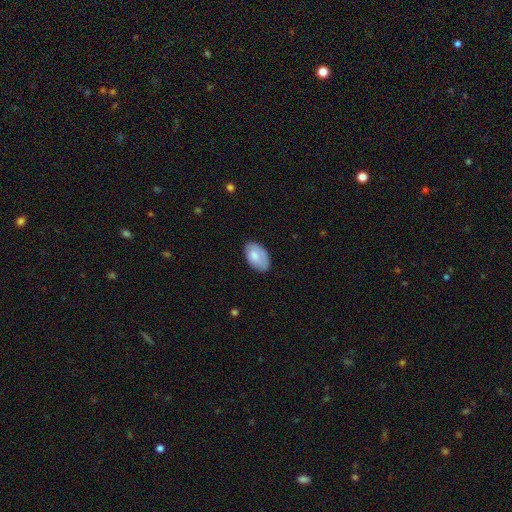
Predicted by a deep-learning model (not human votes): A smooth galaxy with no disk features (78%) that is in between round and cigar-shaped (93%).

Vote fractions:
- Smooth or featured? smooth: 78% / featured or disk: 16% / star or artifact: 6%
- How rounded? in between: 93% / round: 5% / cigar-shaped: 1%
- Merging? none: 74% / minor disturbance: 20% / major disturbance: 4% / merger: 1%